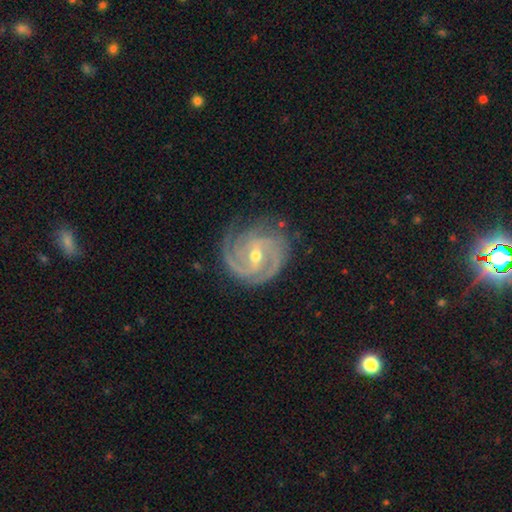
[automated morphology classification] Overall: featured or disk (92%). Edge-on disk: no (98%). Bar: weak (49%; strong 26%). Spiral arms: yes (98%). Spiral arm count: 3 (47%; 2 20%). Spiral winding: tight (69%). Bulge size: moderate (55%; small 42%). Merging: none (77%).